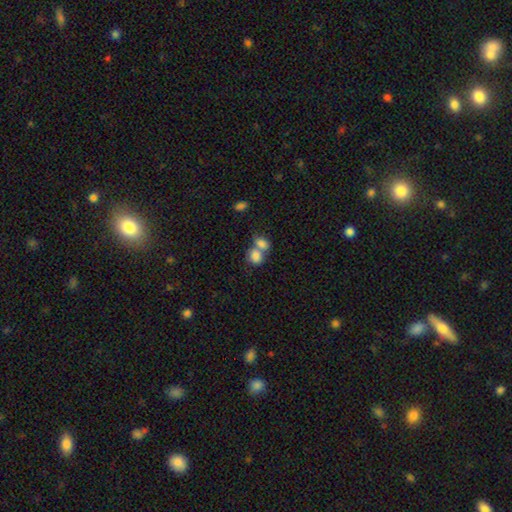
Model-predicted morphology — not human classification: The model was most divided on "how rounded": in between: 58%, round: 41%, cigar-shaped: 1%. More confident: smooth or featured — smooth (82%); merging — merger (66%).